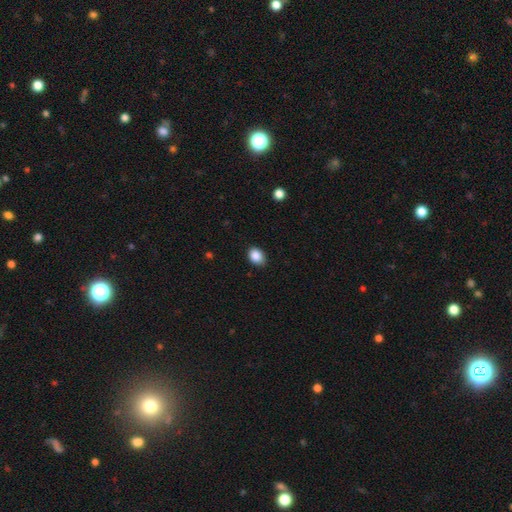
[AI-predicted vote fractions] smooth-or-featured: smooth: 88% | star or artifact: 9% | featured or disk: 4%
  how-rounded: in between: 67% | round: 32% | cigar-shaped: 1%
  merging: none: 84% | minor disturbance: 13% | major disturbance: 2% | merger: 1%